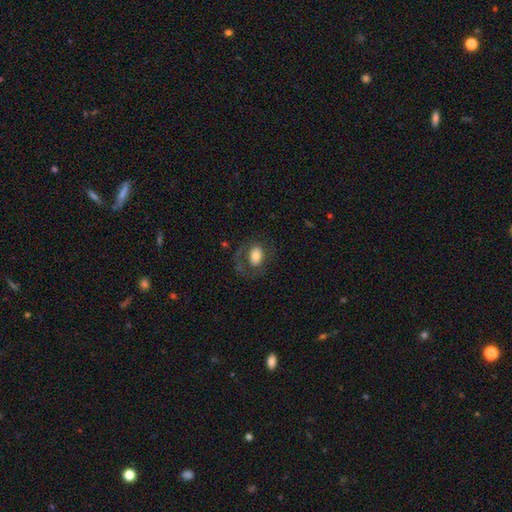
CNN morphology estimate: smooth 65%, featured or disk 27%, star or artifact 8%. Down the decision tree: how rounded — in between (77%); merging — none (58%).